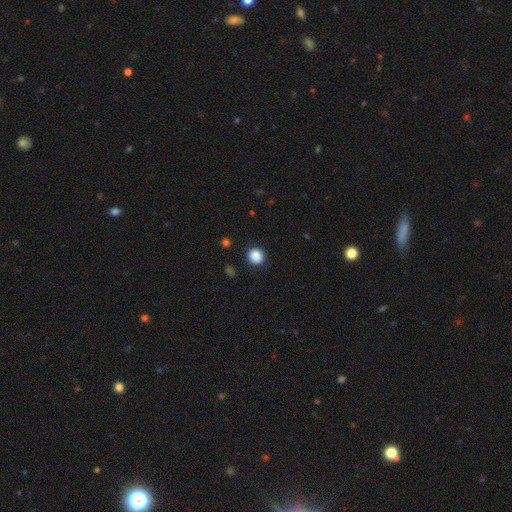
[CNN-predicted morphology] smooth-or-featured: smooth: 87% | star or artifact: 10% | featured or disk: 3%
  how-rounded: round: 89% | in between: 10% | cigar-shaped: 1%
  merging: none: 89% | minor disturbance: 7% | major disturbance: 2% | merger: 1%